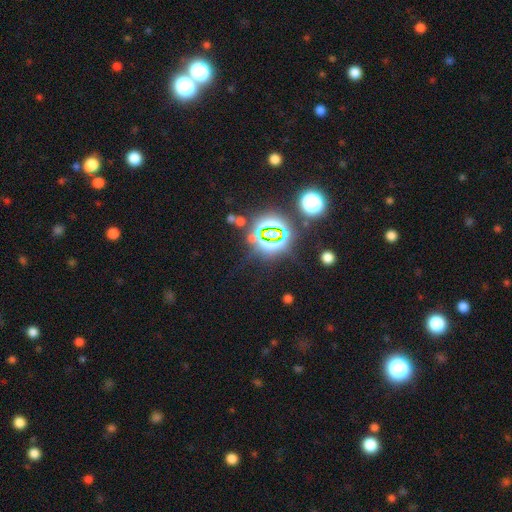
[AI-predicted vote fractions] This is likely a star or artifact rather than a galaxy (76%).